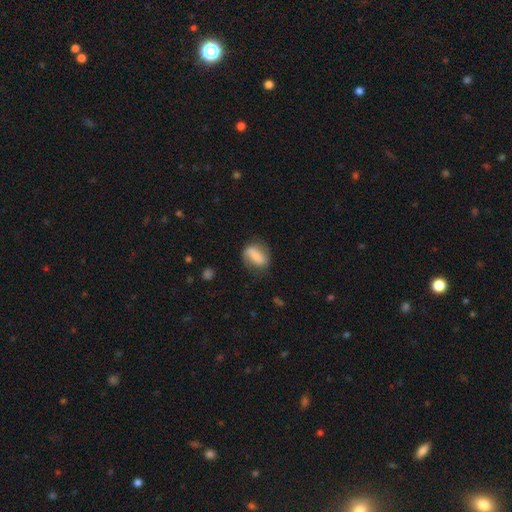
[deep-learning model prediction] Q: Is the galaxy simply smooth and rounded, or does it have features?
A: smooth — 55%.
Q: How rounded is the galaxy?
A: in between — 73%.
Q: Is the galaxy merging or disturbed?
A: none — 59%.